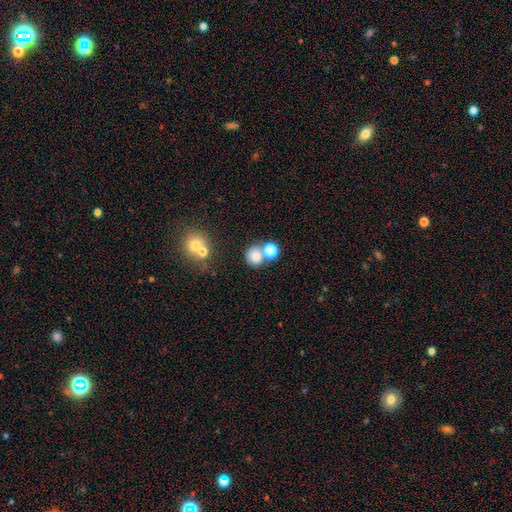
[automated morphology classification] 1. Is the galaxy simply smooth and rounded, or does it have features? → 76% smooth, 14% star or artifact, 10% featured or disk.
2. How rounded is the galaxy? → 84% round, 15% in between, 1% cigar-shaped.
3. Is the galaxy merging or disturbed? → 56% none, 31% merger, 9% minor disturbance, 4% major disturbance.